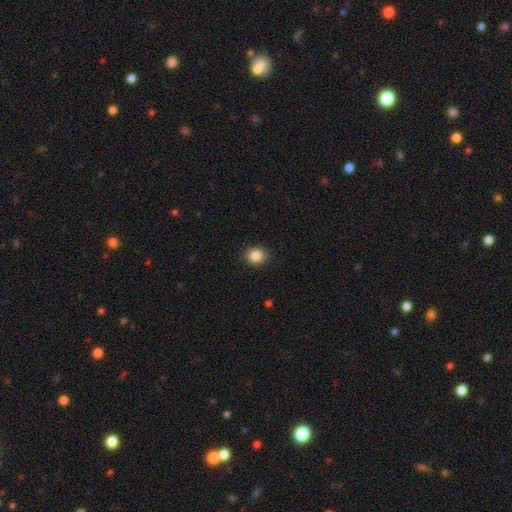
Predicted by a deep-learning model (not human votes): This appears to be a smooth galaxy with no disk features (85%) that is round (61%). Merging: none (90%).